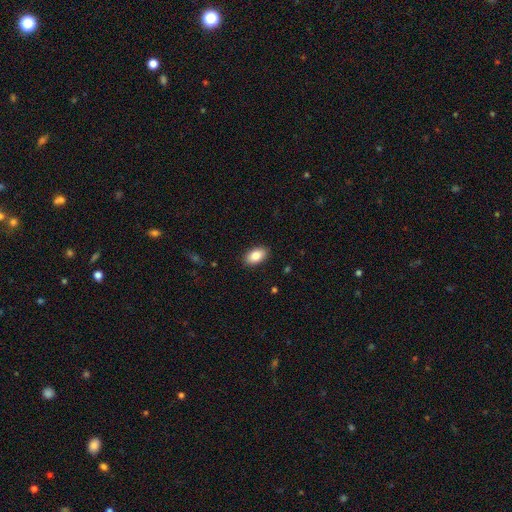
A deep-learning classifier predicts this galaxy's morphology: This is clearly a smooth galaxy (85%). How rounded: clearly in between (93%). Merging: clearly none (89%).